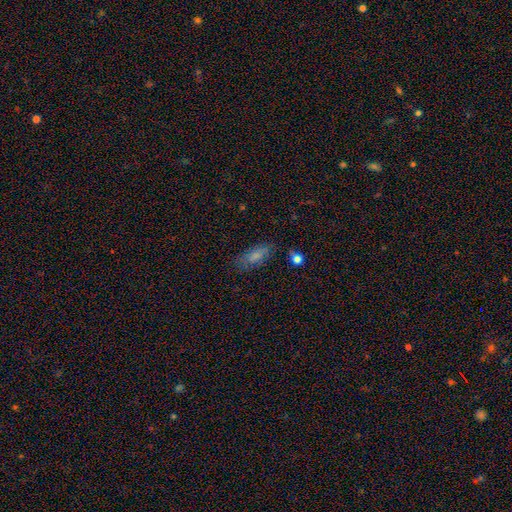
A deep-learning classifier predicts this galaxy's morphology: Q: Smooth or featured?
A: smooth (74%); runner-up: featured or disk (15%)
Q: How rounded?
A: in between (77%); runner-up: cigar-shaped (20%)
Q: Merging?
A: none (71%); runner-up: minor disturbance (20%)